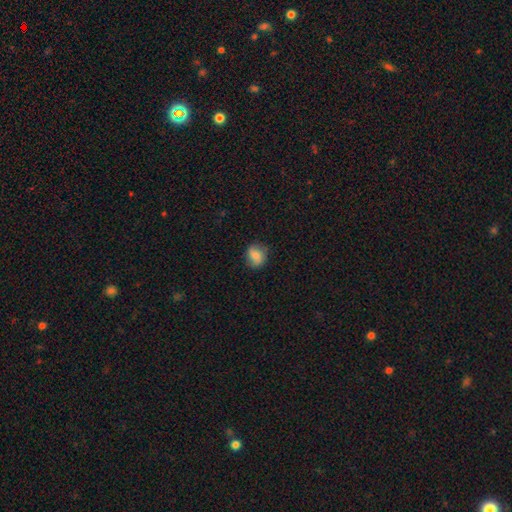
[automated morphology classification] smooth-or-featured: smooth: 78% | featured or disk: 13% | star or artifact: 9%
  how-rounded: round: 64% | in between: 35% | cigar-shaped: 1%
  merging: none: 76% | minor disturbance: 18% | major disturbance: 4% | merger: 1%